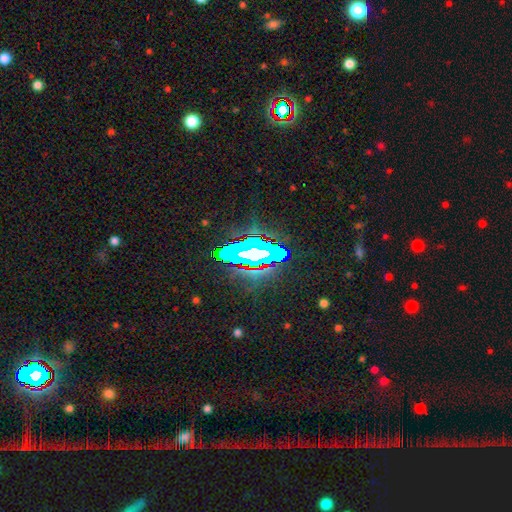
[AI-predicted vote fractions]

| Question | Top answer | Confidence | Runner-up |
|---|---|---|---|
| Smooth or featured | star or artifact | 65% | featured or disk (19%) |